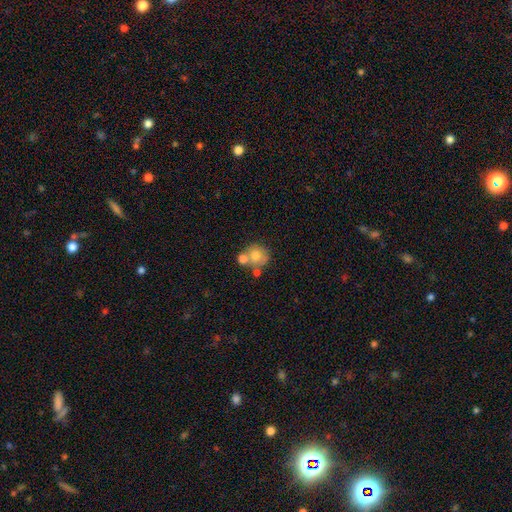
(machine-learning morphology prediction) Overall: smooth (68%). How rounded: round (82%). Merging: none (45%; merger 36%).